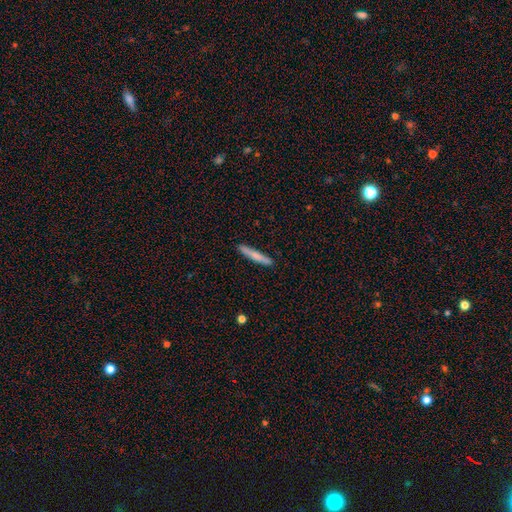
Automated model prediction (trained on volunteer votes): A smooth galaxy with no disk features (71%) that is cigar-shaped (95%).

Vote fractions:
- Smooth or featured? smooth: 71% / featured or disk: 24% / star or artifact: 6%
- How rounded? cigar-shaped: 95% / in between: 4% / round: 1%
- Merging? none: 90% / minor disturbance: 8% / major disturbance: 1% / merger: 1%